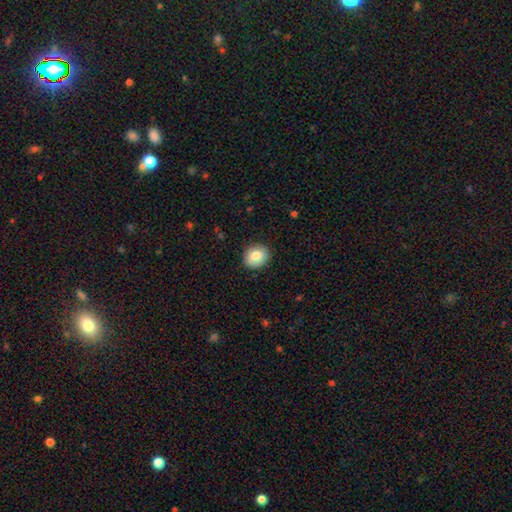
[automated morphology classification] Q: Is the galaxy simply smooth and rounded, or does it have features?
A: smooth — 82%.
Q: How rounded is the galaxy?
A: round — 68%.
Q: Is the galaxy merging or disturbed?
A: none — 86%.